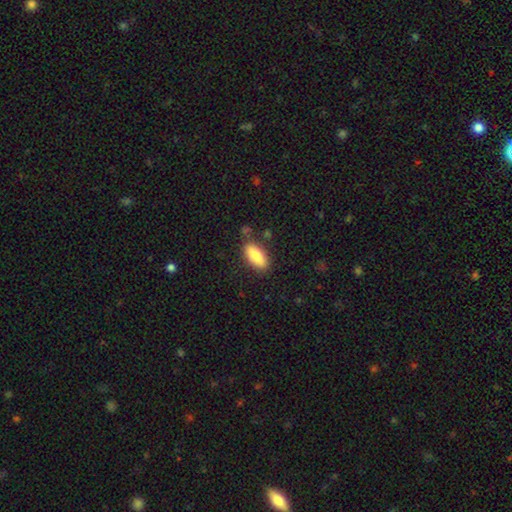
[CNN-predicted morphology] Smooth or featured?
  - smooth: 85% *
  - featured or disk: 9%
  - star or artifact: 6%
How rounded?
  - in between: 77% *
  - cigar-shaped: 20%
  - round: 2%
Merging?
  - none: 81% *
  - minor disturbance: 12%
  - merger: 3%
  - major disturbance: 3%